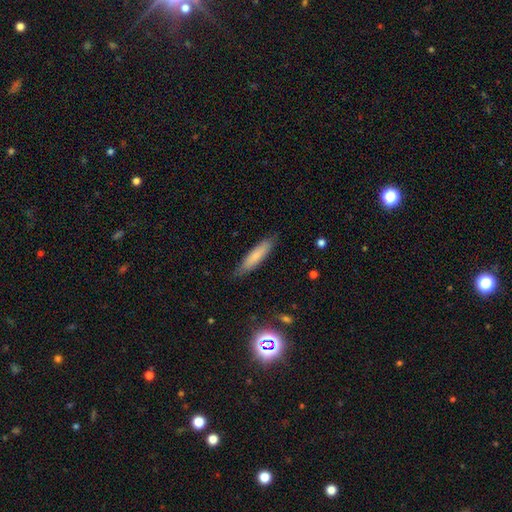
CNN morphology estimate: type=smooth (75%); roundness=cigar-shaped (82%); merging=none (84%).